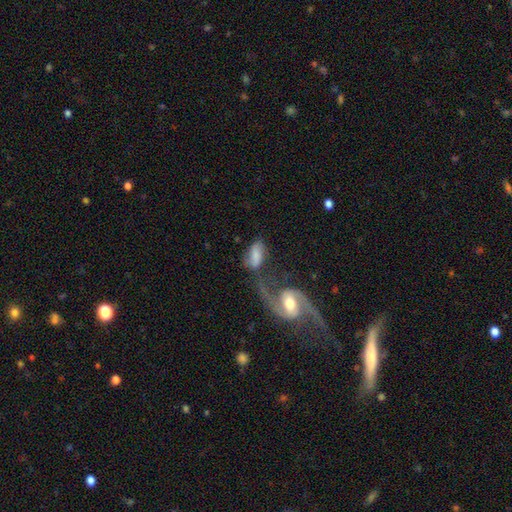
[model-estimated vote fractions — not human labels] Smooth or featured? Predicted: smooth (p=0.57). How rounded? Predicted: in between (p=0.89). Merging? Predicted: merger (p=0.38).